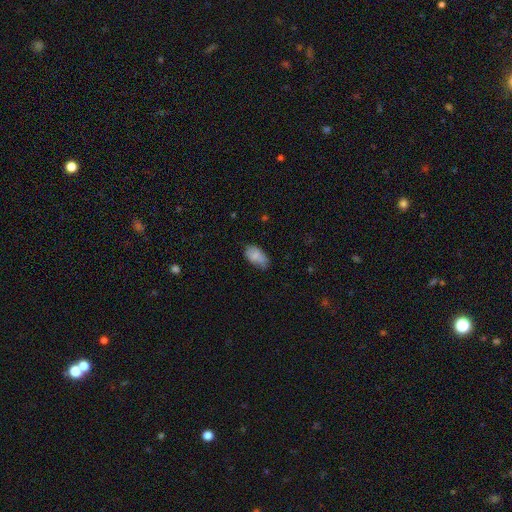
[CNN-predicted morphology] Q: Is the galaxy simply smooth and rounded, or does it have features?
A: smooth — 80%.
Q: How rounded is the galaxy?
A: in between — 94%.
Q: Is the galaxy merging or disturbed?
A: none — 61%.